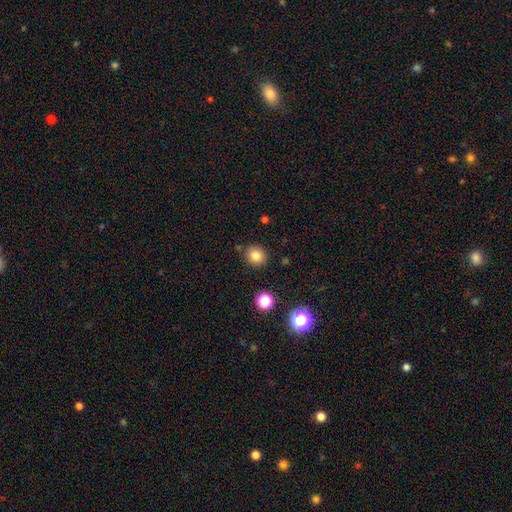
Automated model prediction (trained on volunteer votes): Morphology: type=smooth (81%); roundness=round (84%); merging=none (86%).